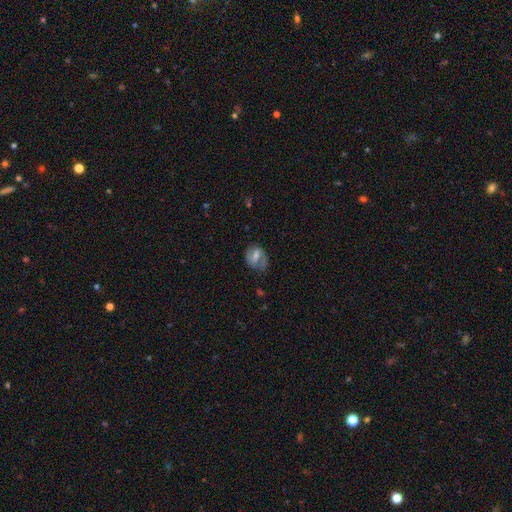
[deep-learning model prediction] smooth_or_featured: featured or disk (p=0.64) [alt: smooth p=0.27]
disk_edge_on: no (p=0.95) [alt: yes p=0.05]
bar: strong (p=0.42) [alt: weak p=0.39]
has_spiral_arms: yes (p=0.73) [alt: no p=0.27]
bulge_size: moderate (p=0.50) [alt: small p=0.35]
merging: none (p=0.71) [alt: minor disturbance p=0.19]